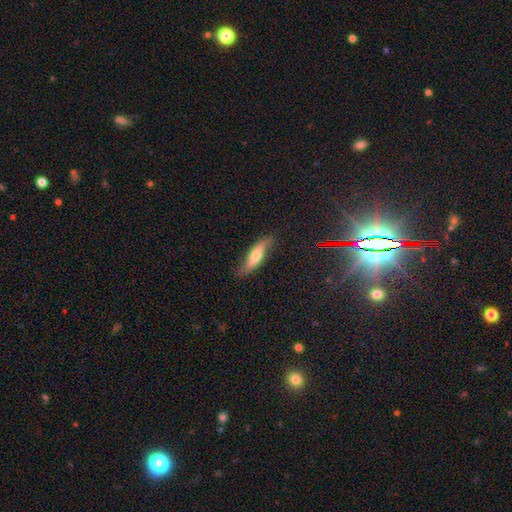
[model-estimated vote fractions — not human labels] smooth 50%, featured or disk 43%, star or artifact 7%. Down the decision tree: how rounded — cigar-shaped (62%); merging — none (74%).